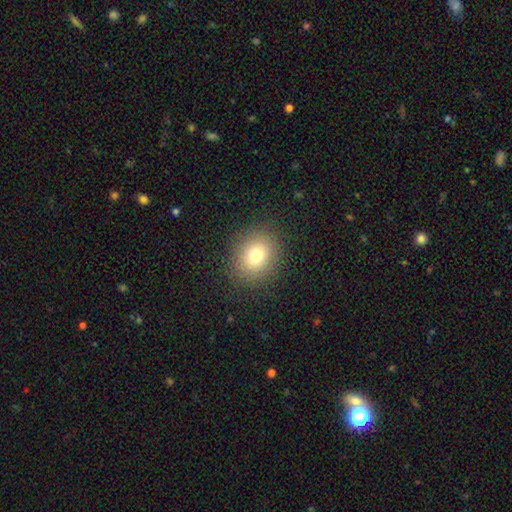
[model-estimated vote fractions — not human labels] smooth 77%, star or artifact 13%, featured or disk 10%. Down the decision tree: how rounded — round (62%); merging — none (87%).